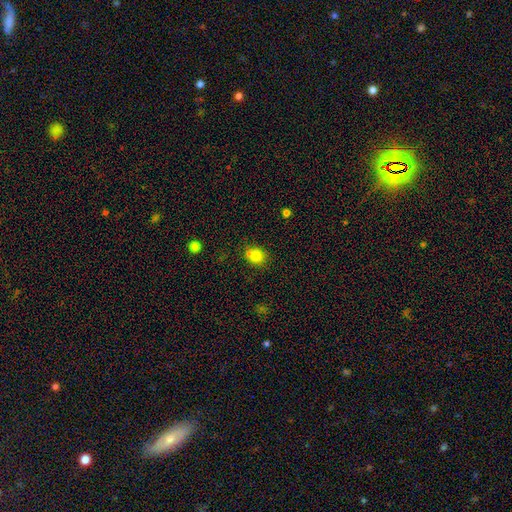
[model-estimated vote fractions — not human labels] Morphology: type=smooth (80%); roundness=round (78%); merging=none (64%).